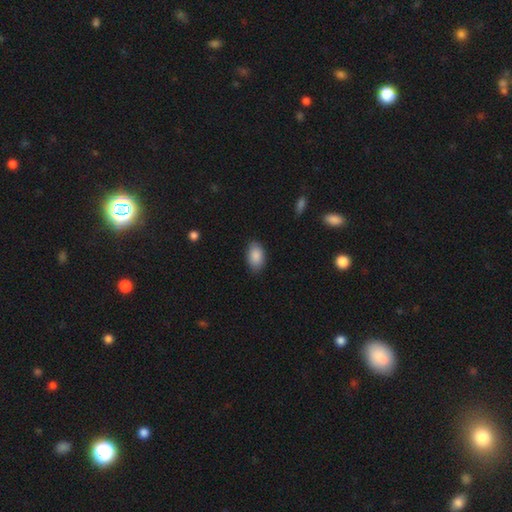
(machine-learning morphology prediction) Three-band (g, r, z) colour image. It shows a smooth galaxy with no disk features (89%) that is in between round and cigar-shaped (93%). Merging: none (85%).